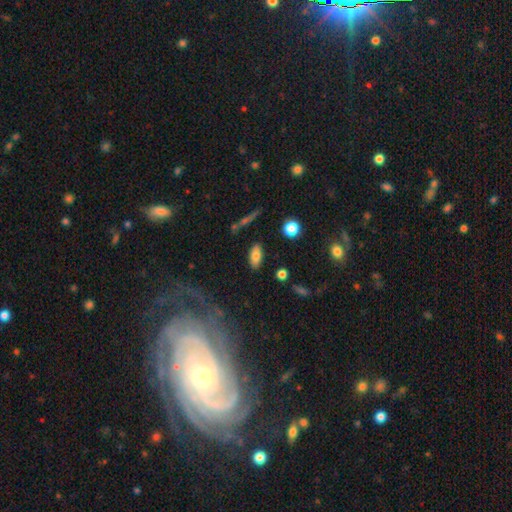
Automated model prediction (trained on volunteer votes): This appears to be a smooth galaxy with no disk features (76%) that is in between round and cigar-shaped (89%). Merging: none (82%).